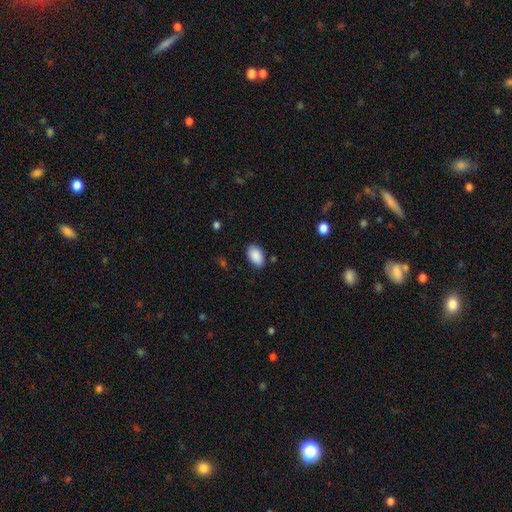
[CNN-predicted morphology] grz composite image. It shows a smooth galaxy with no disk features (90%) that is in between round and cigar-shaped (91%). Merging: none (85%).